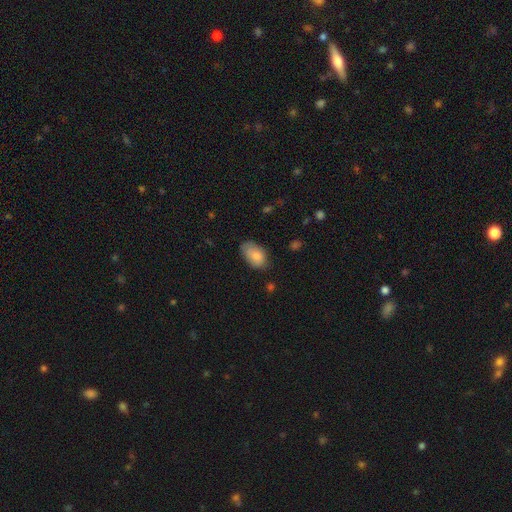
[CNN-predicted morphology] Smooth or featured? smooth (84%)
How rounded? in between (92%)
Merging? none (64%)